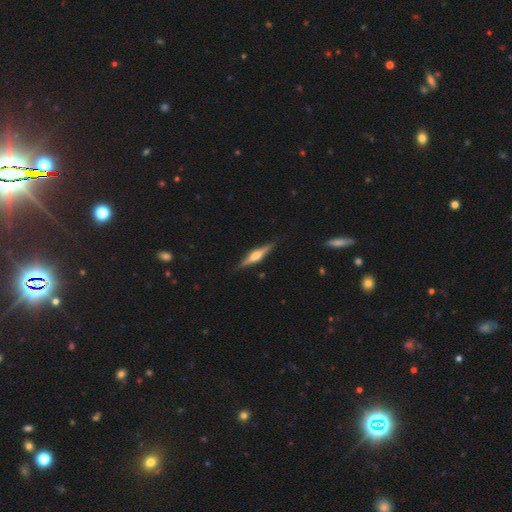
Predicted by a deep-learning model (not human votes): This is likely a featured or disk galaxy (75%). It is clearly viewed edge-on (98%). Edge-on bulge: clearly rounded (87%). Merging: clearly none (89%).